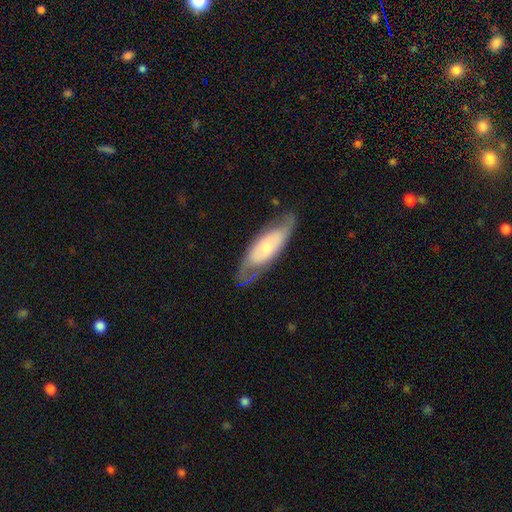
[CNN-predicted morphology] type=featured or disk (57%); edge-on=no (75%); merging=none (65%).